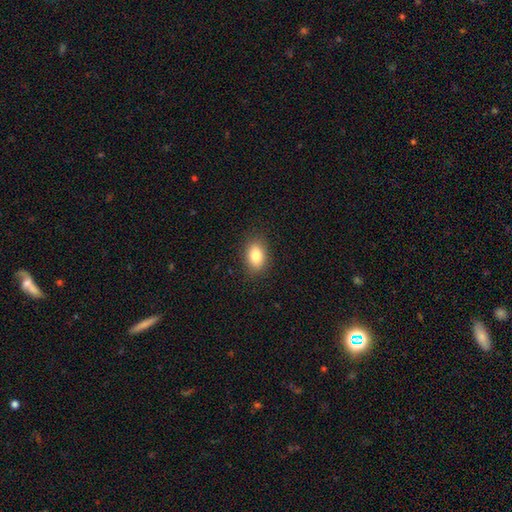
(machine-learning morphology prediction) Overall: smooth (83%). How rounded: in between (82%). Merging: none (87%).